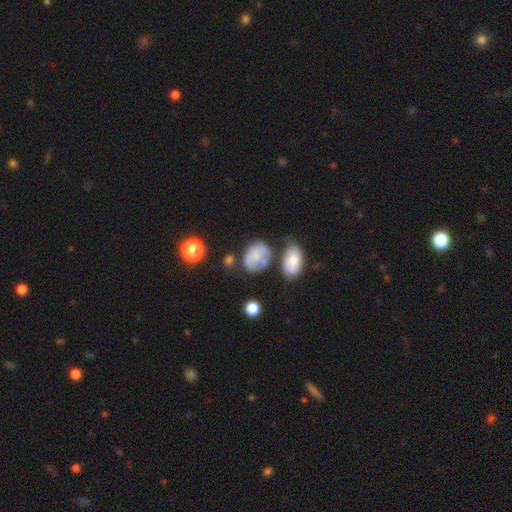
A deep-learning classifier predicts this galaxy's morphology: smooth_or_featured: smooth (p=0.68) [alt: featured or disk p=0.22]
how_rounded: in between (p=0.64) [alt: round p=0.35]
merging: none (p=0.44) [alt: minor disturbance p=0.27]